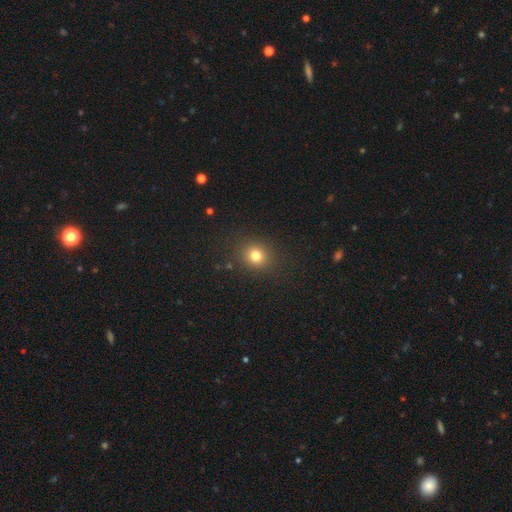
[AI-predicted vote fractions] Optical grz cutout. It shows a smooth galaxy with no disk features (78%) that is round (80%). Merging: none (88%).